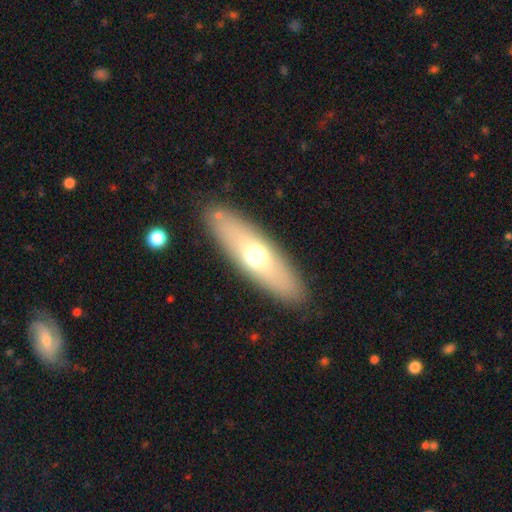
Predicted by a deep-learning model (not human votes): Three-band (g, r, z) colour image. It shows a smooth galaxy with no disk features (57%) that is cigar-shaped (50%). Merging: none (87%).